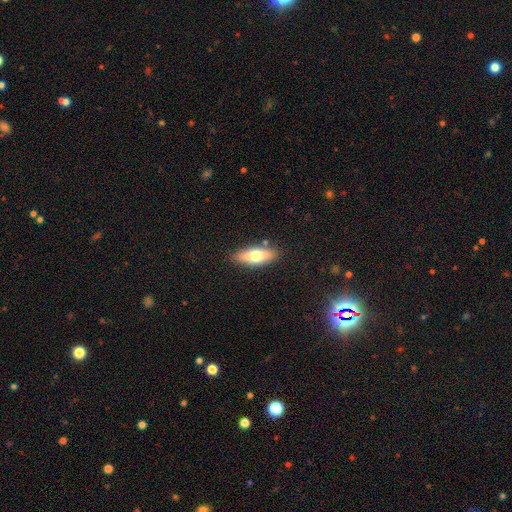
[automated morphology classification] smooth-or-featured: smooth: 67% | featured or disk: 26% | star or artifact: 6%
  how-rounded: in between: 69% | cigar-shaped: 28% | round: 3%
  merging: none: 84% | minor disturbance: 11% | merger: 3% | major disturbance: 2%